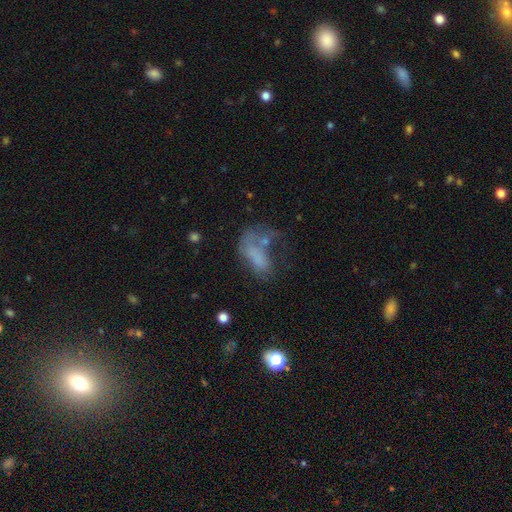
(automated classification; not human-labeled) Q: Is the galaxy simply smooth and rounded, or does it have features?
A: smooth — 50%.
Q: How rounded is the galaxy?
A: in between — 85%.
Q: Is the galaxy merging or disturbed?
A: major disturbance — 42%.